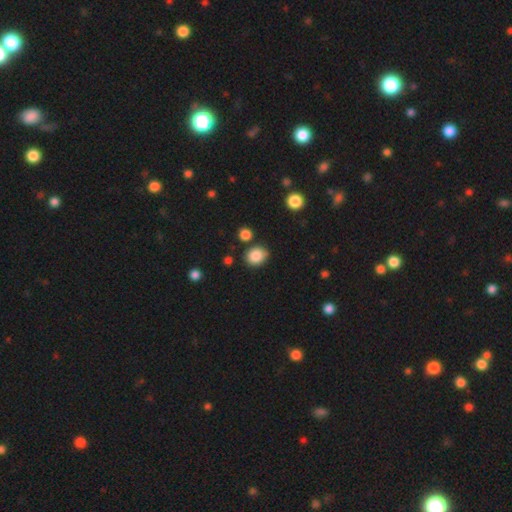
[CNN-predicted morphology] This is clearly a smooth galaxy (86%). How rounded: likely round (62%). Merging: likely none (77%).